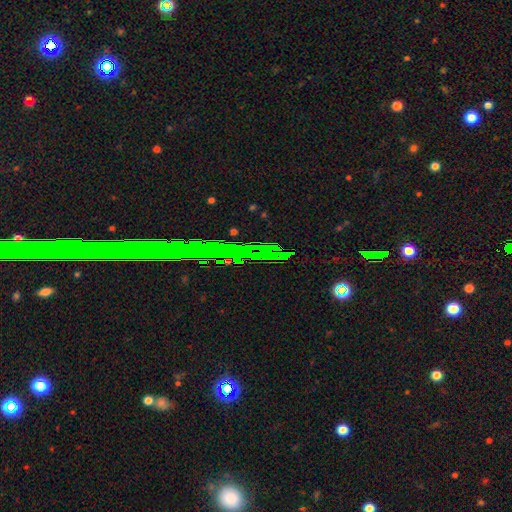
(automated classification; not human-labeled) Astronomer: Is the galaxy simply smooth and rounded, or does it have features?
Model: star or artifact — 67%.